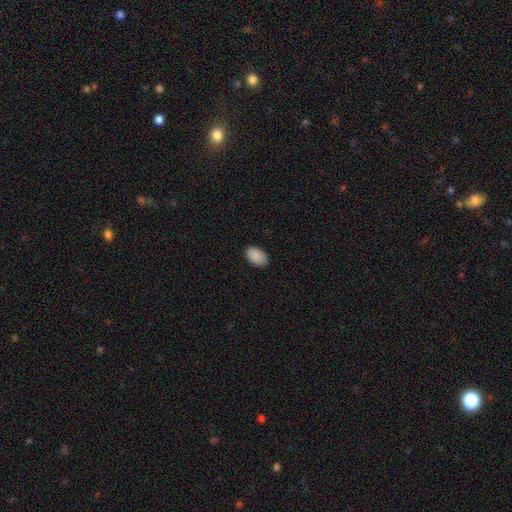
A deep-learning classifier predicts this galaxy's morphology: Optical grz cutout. It shows a smooth galaxy with no disk features (90%) that is in between round and cigar-shaped (90%). Merging: none (89%).